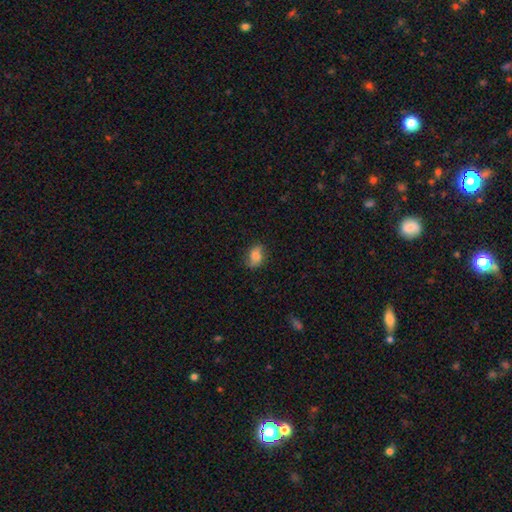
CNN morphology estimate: Smooth or featured? smooth (72%)
How rounded? in between (73%)
Merging? none (73%)